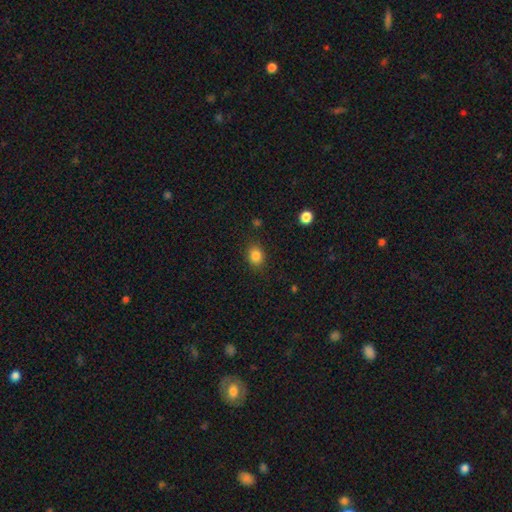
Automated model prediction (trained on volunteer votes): The model was most divided on "how rounded": round: 54%, in between: 45%, cigar-shaped: 1%. More confident: merging — none (86%); smooth or featured — smooth (84%).